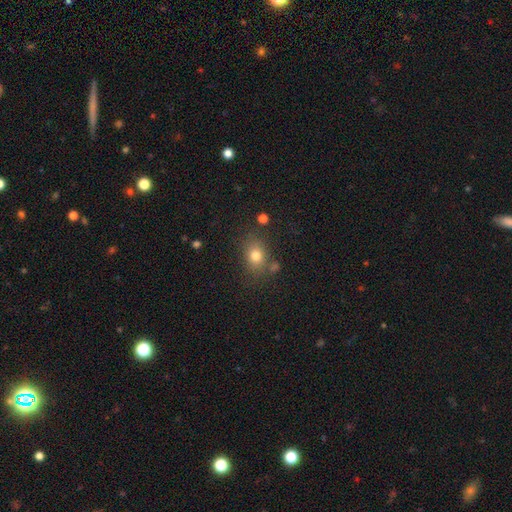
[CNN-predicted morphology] Overall: smooth (77%). How rounded: in between (55%; round 44%). Merging: none (74%).